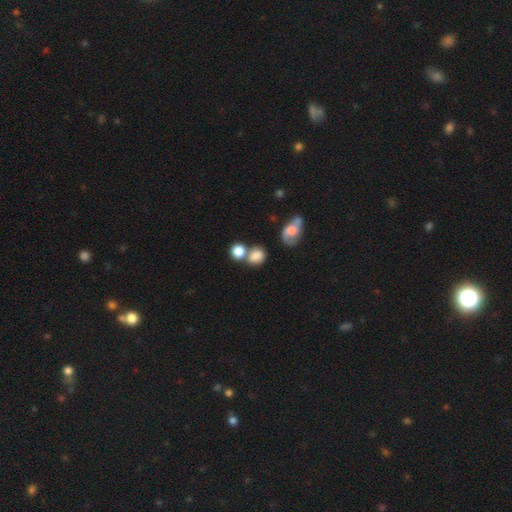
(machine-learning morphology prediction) Smooth or featured? Predicted: smooth (p=0.80). How rounded? Predicted: round (p=0.60). Merging? Predicted: none (p=0.43).